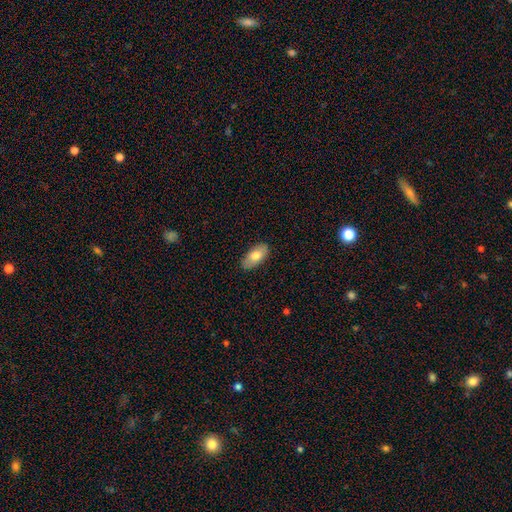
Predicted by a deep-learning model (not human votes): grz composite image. It shows a smooth galaxy with no disk features (77%) that is in between round and cigar-shaped (92%). Merging: none (87%).